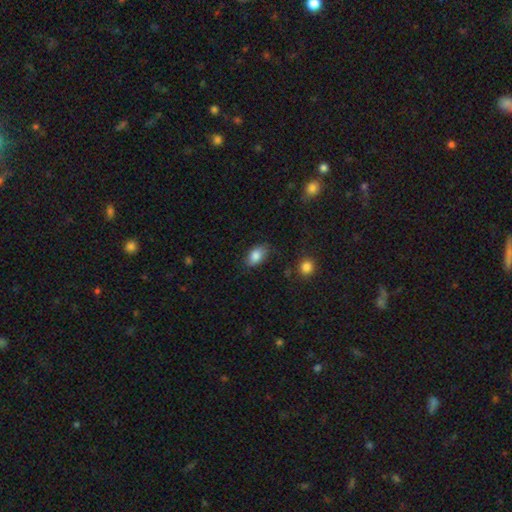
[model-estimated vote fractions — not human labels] Q: Smooth or featured?
A: smooth (84%); runner-up: featured or disk (8%)
Q: How rounded?
A: in between (89%); runner-up: round (9%)
Q: Merging?
A: none (75%); runner-up: minor disturbance (20%)